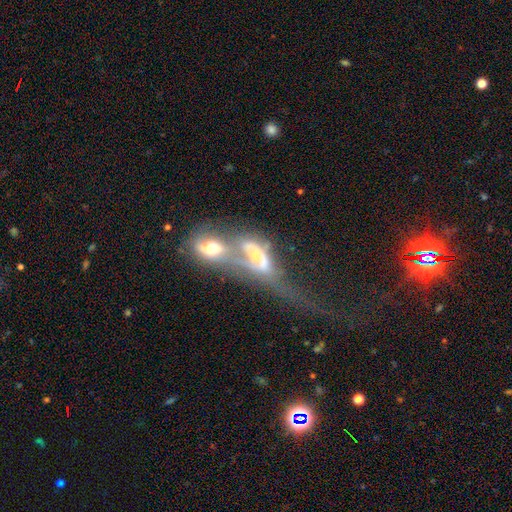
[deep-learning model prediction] Smooth or featured? featured or disk (56%)
Edge-on disk? no (79%)
Merging? merger (73%)